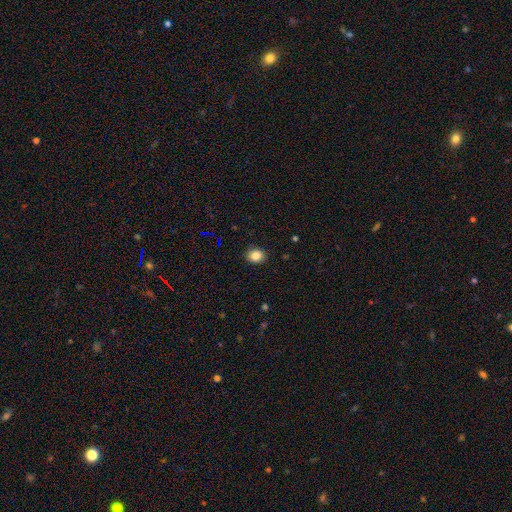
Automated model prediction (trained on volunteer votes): This is clearly a smooth galaxy (83%). How rounded: likely round (72%). Merging: clearly none (87%).